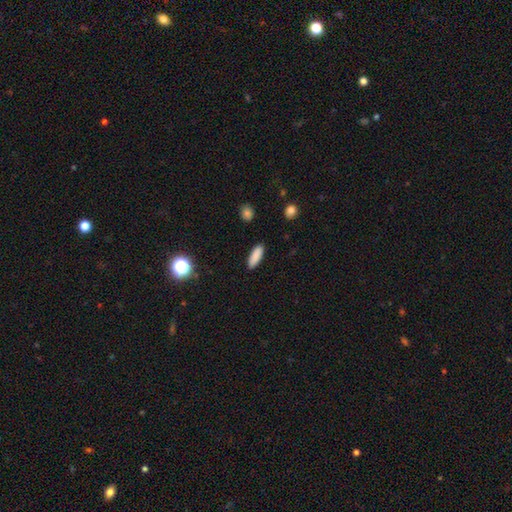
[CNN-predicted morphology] The model was most divided on "how rounded": in between: 59%, cigar-shaped: 39%, round: 2%. More confident: merging — none (90%); smooth or featured — smooth (87%).